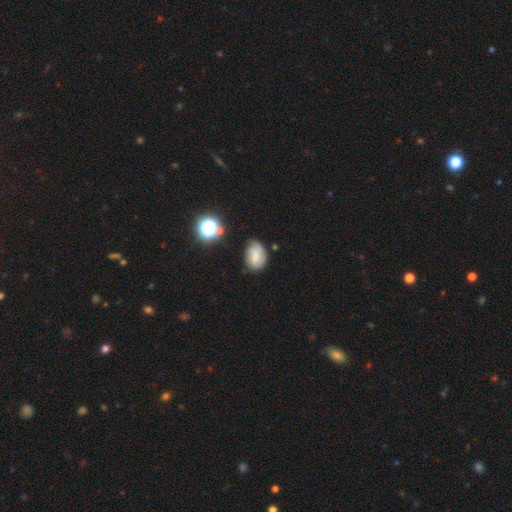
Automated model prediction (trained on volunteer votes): Morphology: type=smooth (63%); roundness=in between (76%); merging=none (58%).